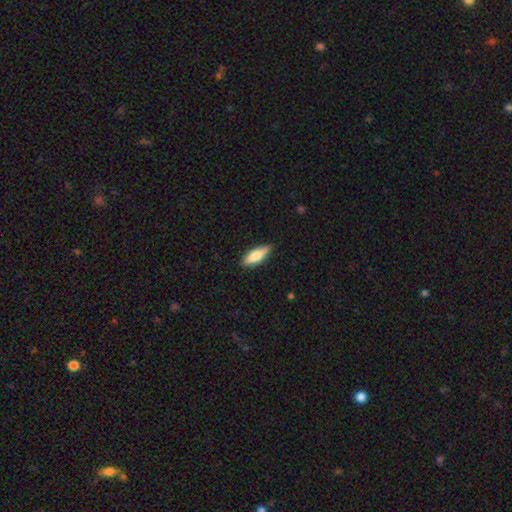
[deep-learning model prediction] Smooth or featured: smooth — 71% (featured or disk — 23%)
How rounded: in between — 53% (cigar-shaped — 45%)
Merging: none — 85% (minor disturbance — 12%)